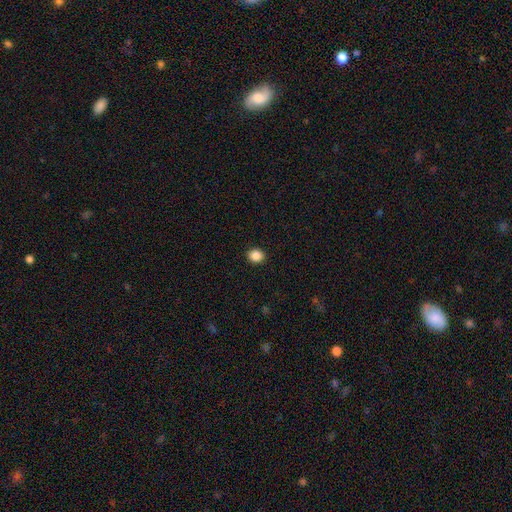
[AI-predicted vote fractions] smooth 87%, star or artifact 10%, featured or disk 3%. Down the decision tree: how rounded — round (76%); merging — none (92%).